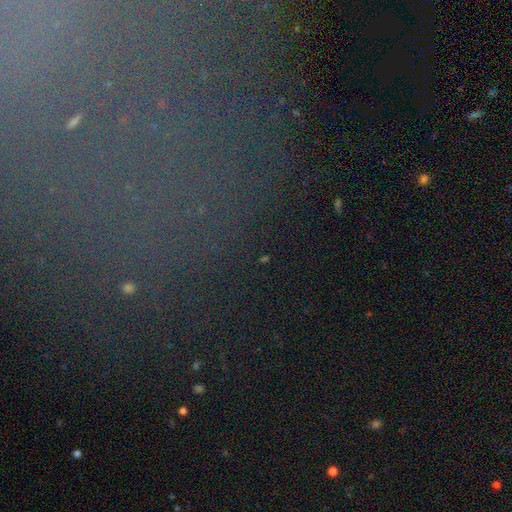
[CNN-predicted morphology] Smooth or featured? star or artifact (68%)